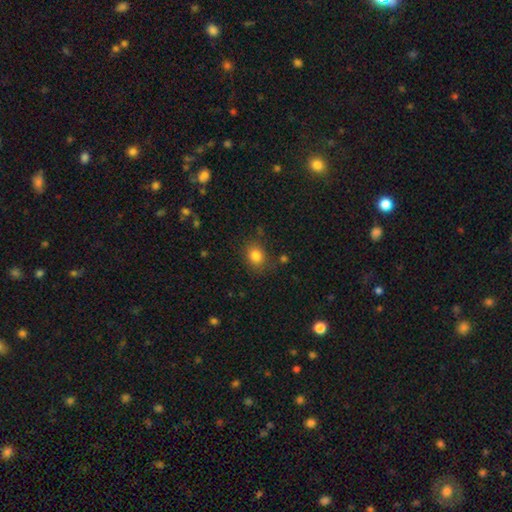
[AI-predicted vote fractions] This appears to be a smooth galaxy with no disk features (83%) that is round (63%). Merging: none (80%).